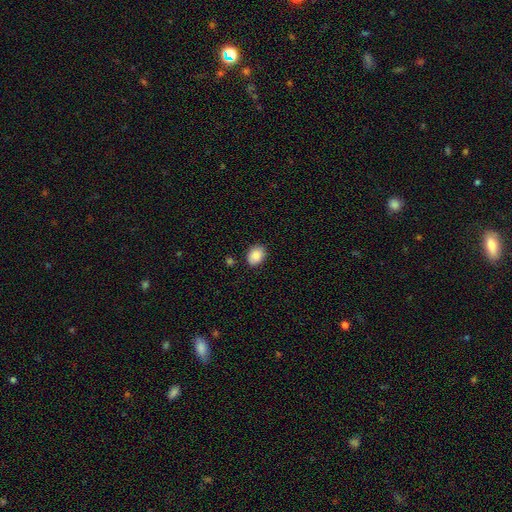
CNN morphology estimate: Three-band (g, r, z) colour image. It shows a smooth galaxy with no disk features (87%) that is in between round and cigar-shaped (68%). Merging: none (85%).